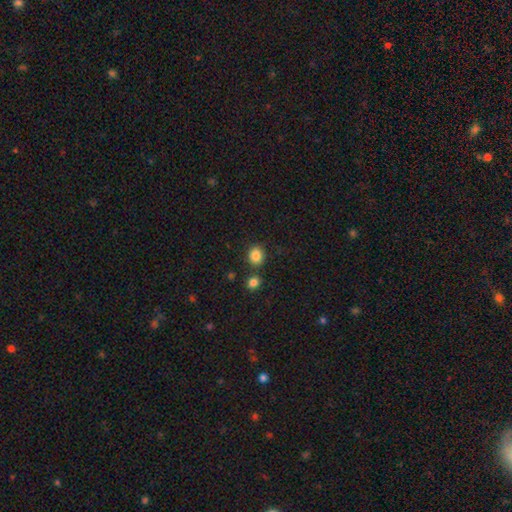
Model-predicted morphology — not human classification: Smooth or featured? smooth (86%)
How rounded? round (68%)
Merging? none (80%)